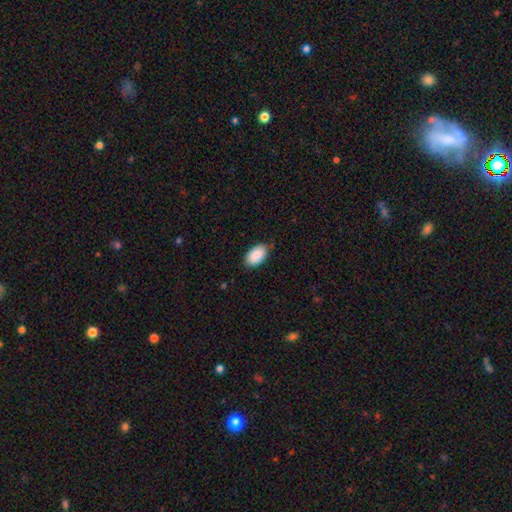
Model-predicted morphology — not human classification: A smooth galaxy with no disk features (89%) that is in between round and cigar-shaped (94%). Merging: none (80%).